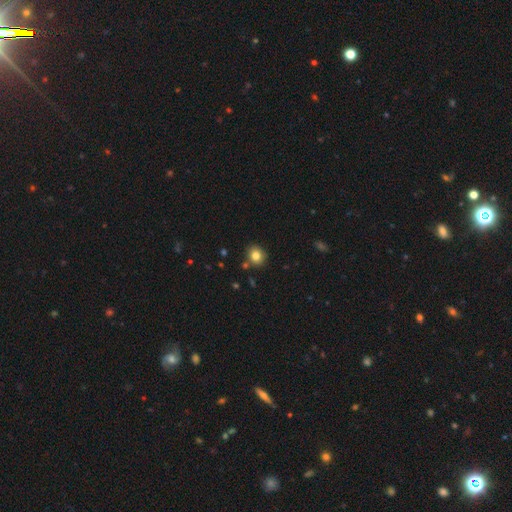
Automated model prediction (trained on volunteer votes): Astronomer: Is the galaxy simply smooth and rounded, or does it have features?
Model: smooth — 82%.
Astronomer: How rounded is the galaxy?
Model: round — 73%.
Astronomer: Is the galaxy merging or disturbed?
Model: none — 83%.